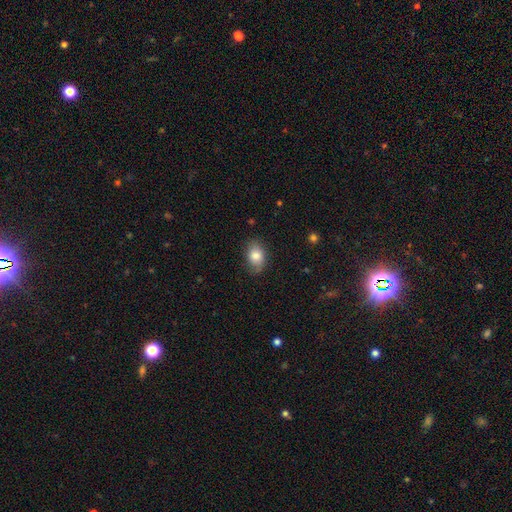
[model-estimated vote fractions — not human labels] Smooth or featured: smooth — 80% (featured or disk — 12%)
How rounded: in between — 81% (round — 17%)
Merging: none — 75% (minor disturbance — 19%)